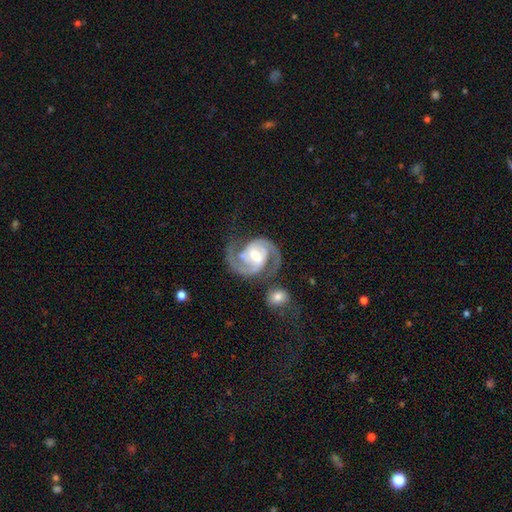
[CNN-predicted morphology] Overall: featured or disk (93%). Edge-on disk: no (98%). Bar: weak (48%; strong 36%). Spiral arms: yes (98%). Spiral arm count: 2 (93%). Spiral winding: medium (61%; tight 28%). Bulge size: moderate (57%; small 28%). Merging: none (65%).